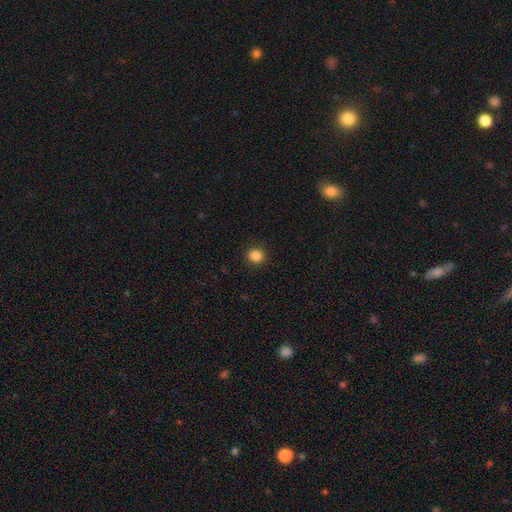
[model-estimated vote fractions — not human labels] The model was most divided on "how rounded": round: 80%, in between: 19%, cigar-shaped: 1%. More confident: merging — none (91%); smooth or featured — smooth (86%).